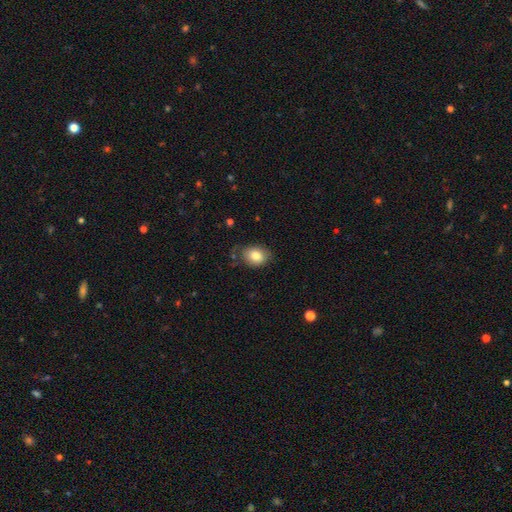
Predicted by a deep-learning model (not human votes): smooth-or-featured: smooth: 81% | featured or disk: 11% | star or artifact: 8%
  how-rounded: in between: 65% | round: 34% | cigar-shaped: 1%
  merging: none: 70% | minor disturbance: 22% | major disturbance: 6% | merger: 2%